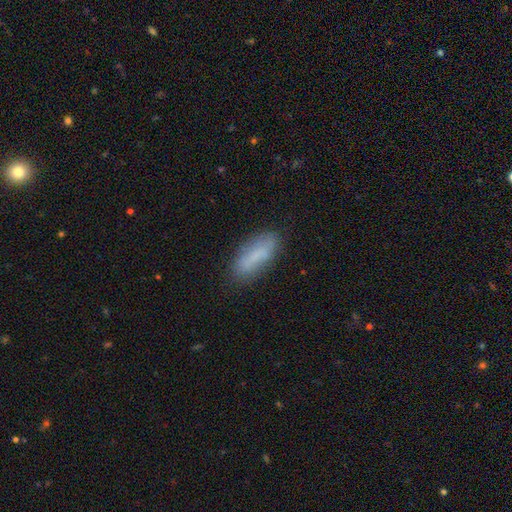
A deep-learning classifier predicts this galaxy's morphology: type=smooth (73%); roundness=in between (62%); merging=none (77%).